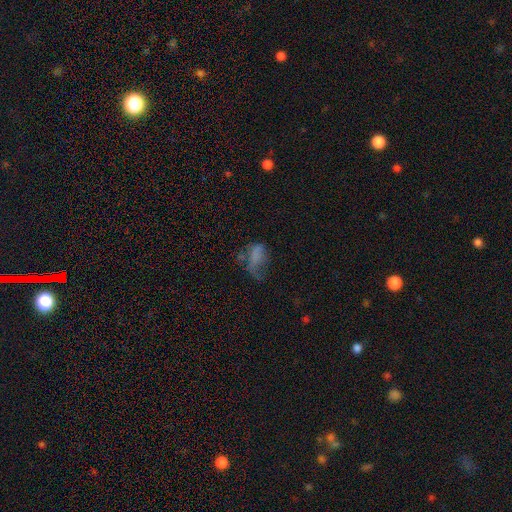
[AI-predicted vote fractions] The model was most divided on "merging": major disturbance: 50%, none: 22%, minor disturbance: 21%, merger: 7%. More confident: how rounded — in between (86%); smooth or featured — smooth (57%).